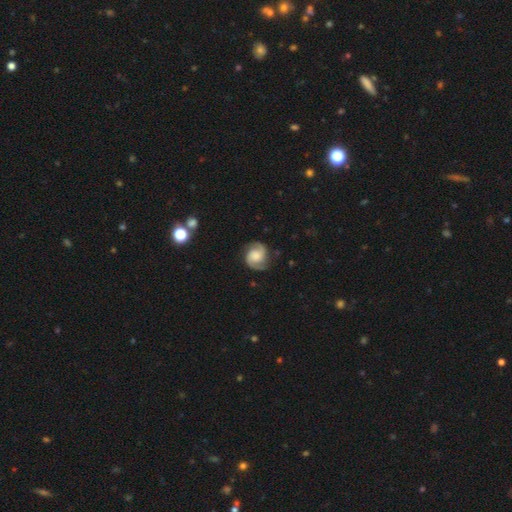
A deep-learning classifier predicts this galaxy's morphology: Q: Smooth or featured?
A: featured or disk (83%); runner-up: smooth (11%)
Q: Edge-on disk?
A: no (98%); runner-up: yes (2%)
Q: Bar?
A: no (62%); runner-up: weak (32%)
Q: Spiral arms?
A: yes (97%); runner-up: no (3%)
Q: Spiral winding?
A: medium (51%); runner-up: tight (33%)
Q: Spiral arm count?
A: 2 (92%); runner-up: can't tell (3%)
Q: Bulge size?
A: moderate (34%); runner-up: small (25%)
Q: Merging?
A: none (82%); runner-up: minor disturbance (13%)